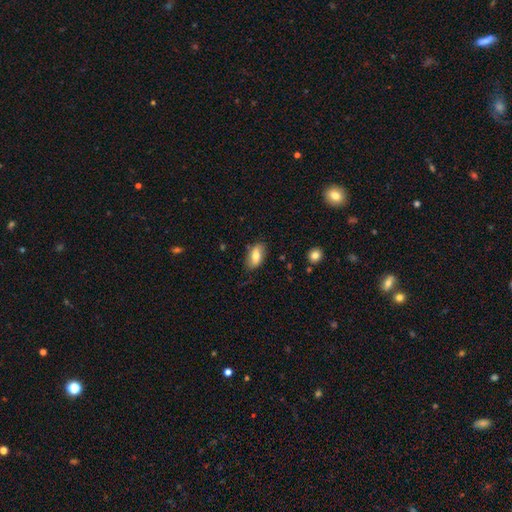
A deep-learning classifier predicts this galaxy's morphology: The model was most divided on "smooth or featured": smooth: 71%, featured or disk: 22%, star or artifact: 7%. More confident: how rounded — in between (91%); merging — none (78%).